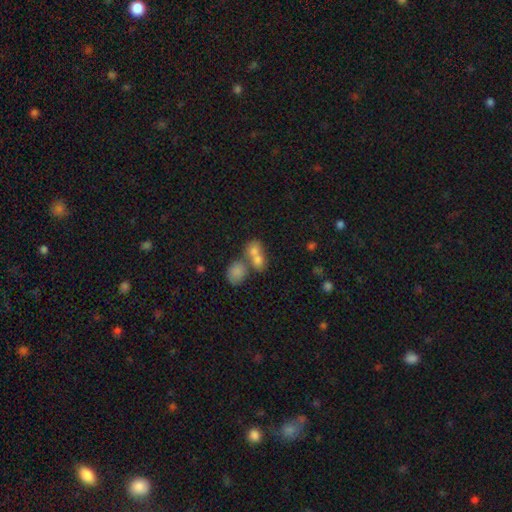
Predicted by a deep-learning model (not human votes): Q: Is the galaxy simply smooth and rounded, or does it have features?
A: smooth — 74%.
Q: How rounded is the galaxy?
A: in between — 51%.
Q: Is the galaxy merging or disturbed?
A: merger — 67%.